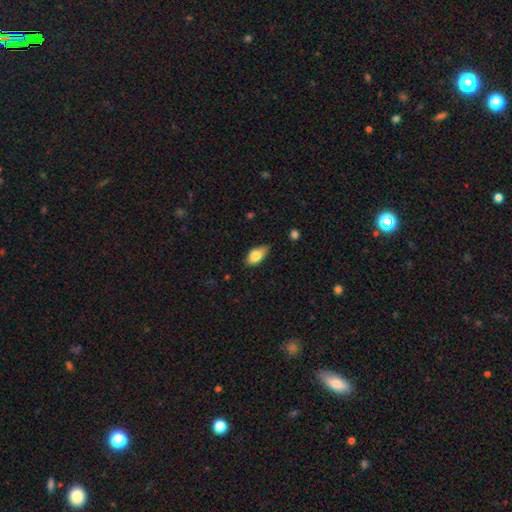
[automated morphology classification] This is clearly a smooth galaxy (80%). How rounded: clearly in between (89%). Merging: likely none (62%).